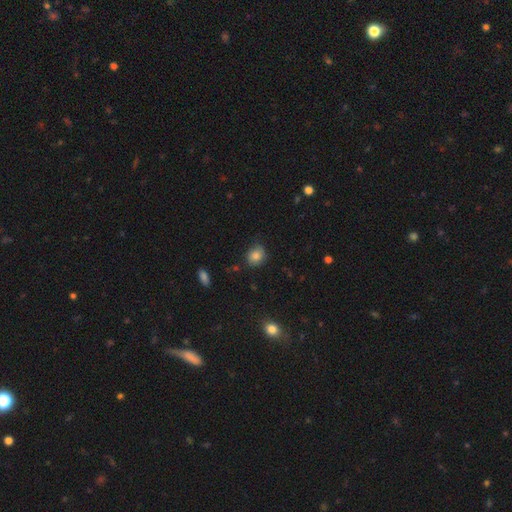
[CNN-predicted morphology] A smooth galaxy with no disk features (82%) that is round (69%). Merging: none (74%).